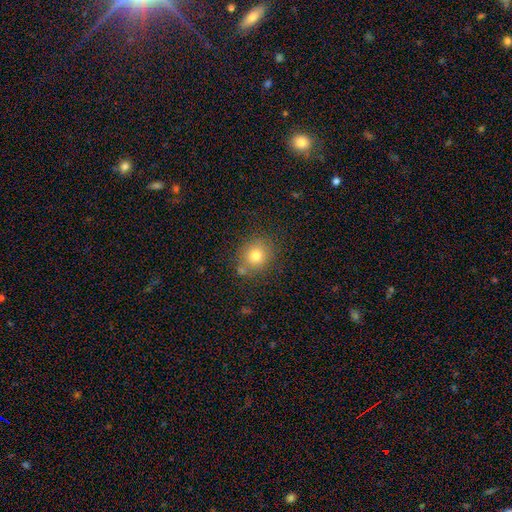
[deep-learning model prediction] A smooth galaxy with no disk features (77%) that is round (76%). Merging: none (73%).